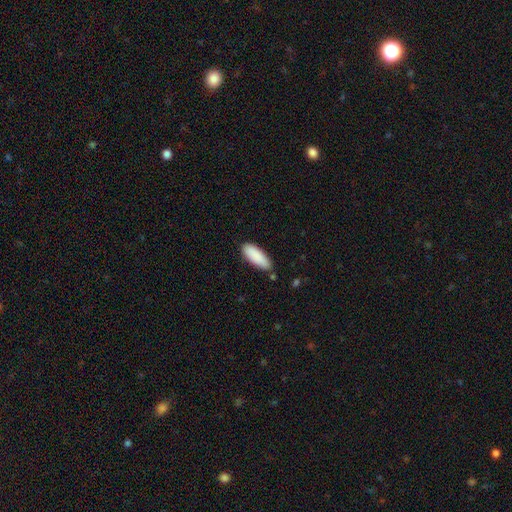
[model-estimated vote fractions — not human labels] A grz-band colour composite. It shows a smooth galaxy with no disk features (89%) that is in between round and cigar-shaped (69%). Merging: none (81%).